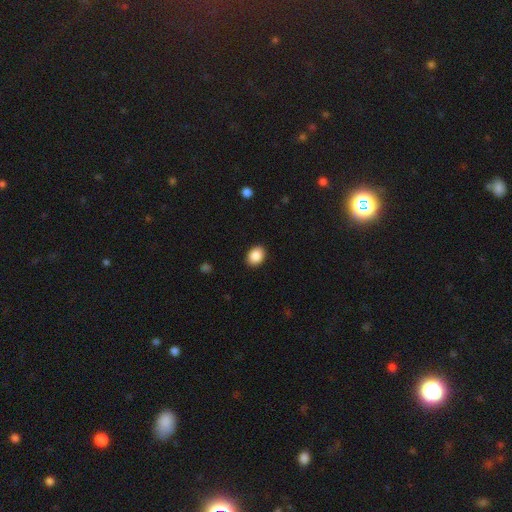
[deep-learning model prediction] Smooth or featured? Predicted: smooth (p=0.89). How rounded? Predicted: in between (p=0.67). Merging? Predicted: none (p=0.90).